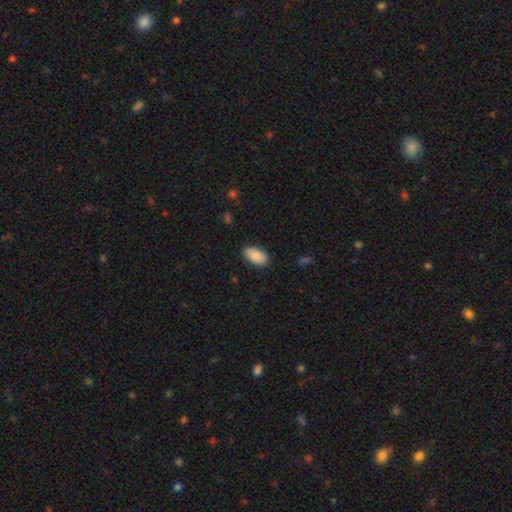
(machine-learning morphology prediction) Overall: smooth (86%). How rounded: in between (95%). Merging: none (88%).